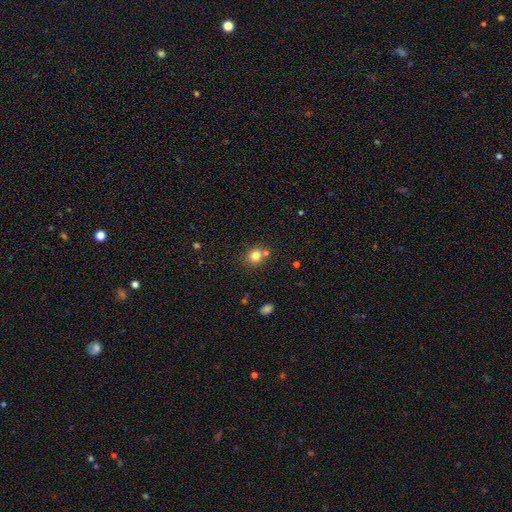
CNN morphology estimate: Smooth or featured?
  - smooth: 79% *
  - star or artifact: 13%
  - featured or disk: 8%
How rounded?
  - round: 81% *
  - in between: 18%
  - cigar-shaped: 1%
Merging?
  - none: 69% *
  - merger: 18%
  - minor disturbance: 10%
  - major disturbance: 3%